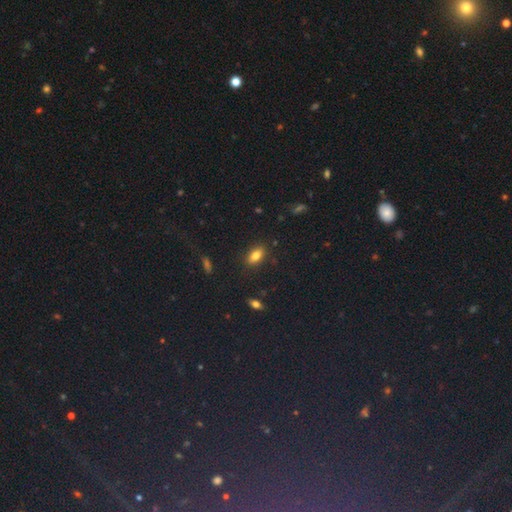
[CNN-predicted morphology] Q: Smooth or featured?
A: smooth (81%); runner-up: star or artifact (10%)
Q: How rounded?
A: in between (86%); runner-up: round (7%)
Q: Merging?
A: none (85%); runner-up: minor disturbance (11%)